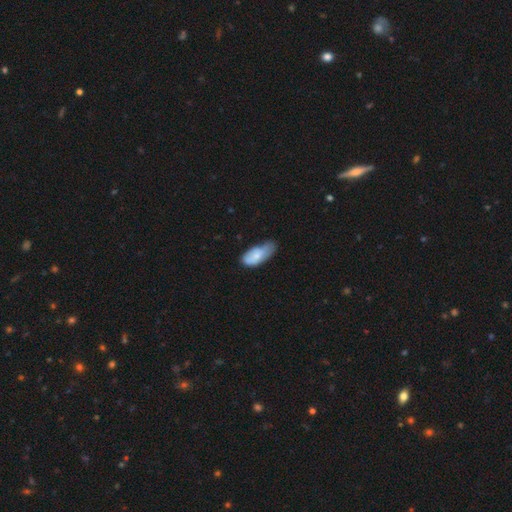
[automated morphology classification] Smooth or featured?
  - smooth: 71% *
  - featured or disk: 22%
  - star or artifact: 6%
How rounded?
  - in between: 88% *
  - cigar-shaped: 9%
  - round: 2%
Merging?
  - minor disturbance: 49% *
  - none: 28%
  - major disturbance: 19%
  - merger: 3%